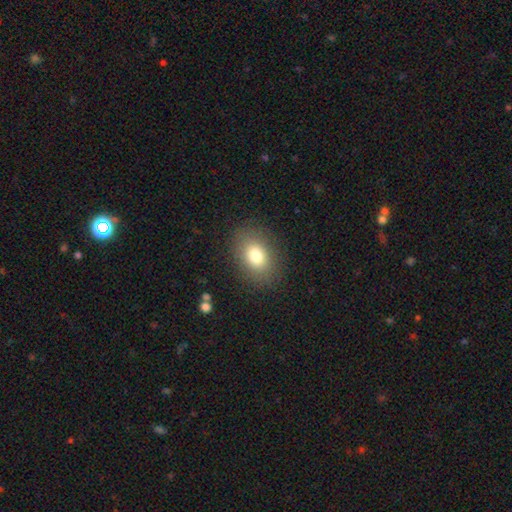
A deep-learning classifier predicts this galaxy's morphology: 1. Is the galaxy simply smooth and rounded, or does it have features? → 78% smooth, 11% featured or disk, 11% star or artifact.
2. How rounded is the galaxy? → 74% in between, 25% round, 1% cigar-shaped.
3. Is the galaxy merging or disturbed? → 86% none, 9% minor disturbance, 4% major disturbance, 1% merger.